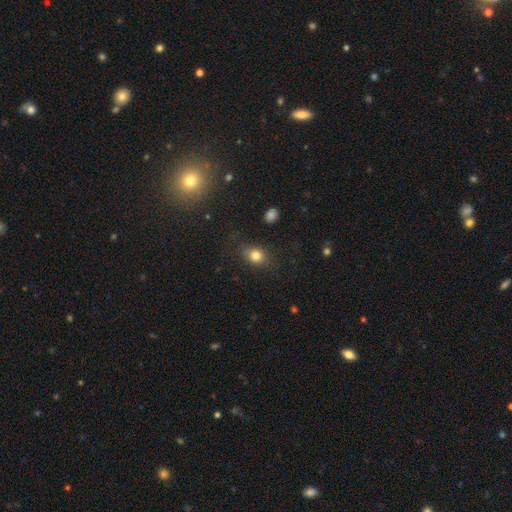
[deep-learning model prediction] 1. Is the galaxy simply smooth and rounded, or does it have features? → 80% smooth, 11% star or artifact, 9% featured or disk.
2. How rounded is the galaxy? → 49% in between (tied), 49% round (tied), 2% cigar-shaped.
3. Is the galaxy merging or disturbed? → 77% none, 16% minor disturbance, 6% major disturbance, 2% merger.